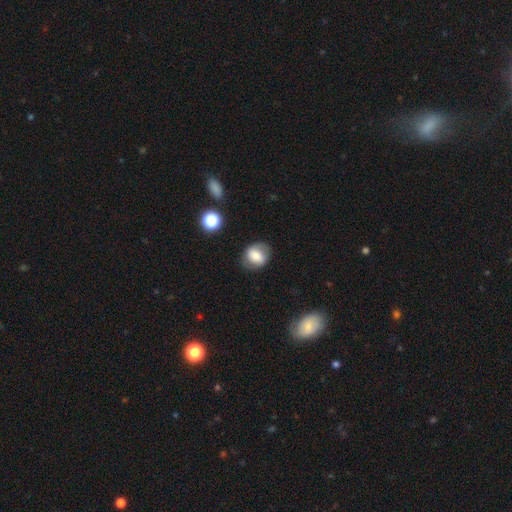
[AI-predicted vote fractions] Smooth or featured?
  - smooth: 62% *
  - featured or disk: 29%
  - star or artifact: 9%
How rounded?
  - round: 58% *
  - in between: 41%
  - cigar-shaped: 1%
Merging?
  - none: 78% *
  - minor disturbance: 15%
  - major disturbance: 6%
  - merger: 2%